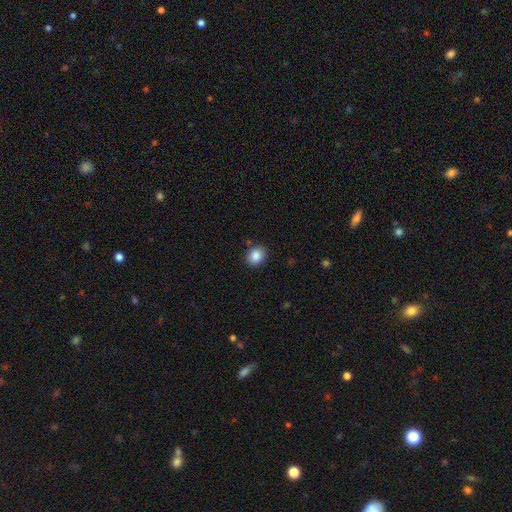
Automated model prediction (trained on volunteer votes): A smooth galaxy with no disk features (87%) that is round (62%).

Vote fractions:
- Smooth or featured? smooth: 87% / star or artifact: 9% / featured or disk: 4%
- How rounded? round: 62% / in between: 37% / cigar-shaped: 1%
- Merging? none: 85% / minor disturbance: 10% / major disturbance: 3% / merger: 2%